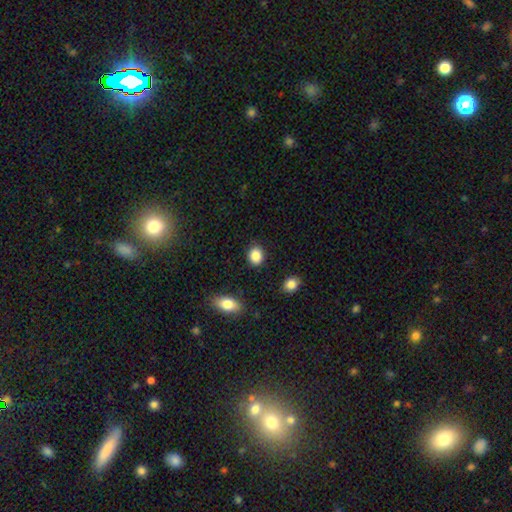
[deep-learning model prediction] smooth-or-featured: smooth: 87% | star or artifact: 9% | featured or disk: 4%
  how-rounded: round: 56% | in between: 43% | cigar-shaped: 1%
  merging: none: 87% | minor disturbance: 9% | major disturbance: 2% | merger: 2%